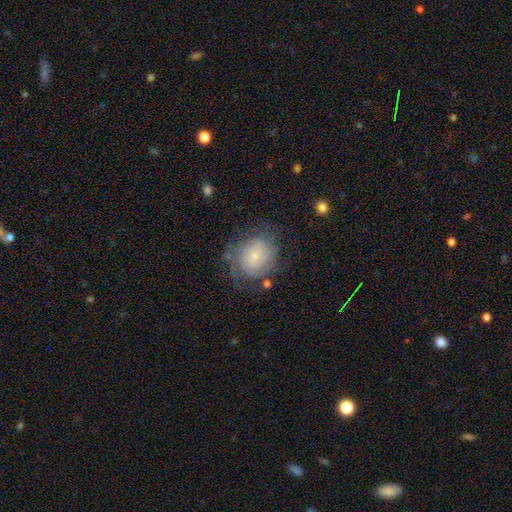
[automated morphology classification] Q: Smooth or featured?
A: featured or disk (57%); runner-up: smooth (34%)
Q: Edge-on disk?
A: no (97%); runner-up: yes (3%)
Q: Bar?
A: no (62%); runner-up: weak (33%)
Q: Spiral arms?
A: yes (83%); runner-up: no (17%)
Q: Bulge size?
A: small (73%); runner-up: moderate (19%)
Q: Merging?
A: none (65%); runner-up: minor disturbance (21%)